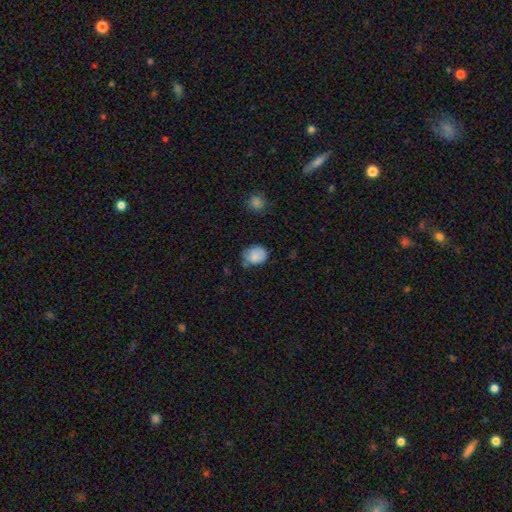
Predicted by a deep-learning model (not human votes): Morphology: type=smooth (82%); roundness=round (54%); merging=none (56%).